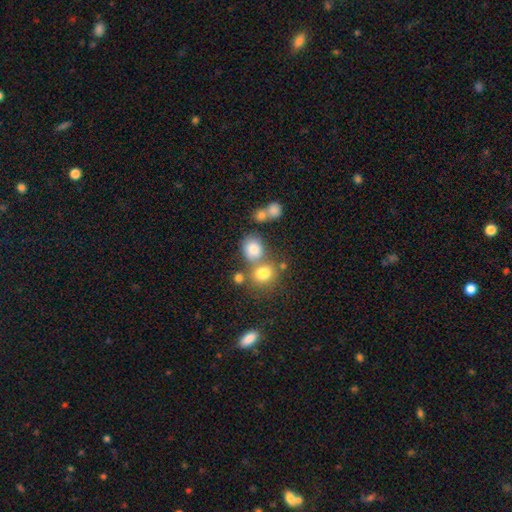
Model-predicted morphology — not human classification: A smooth galaxy with no disk features (63%) that is round (81%).

Vote fractions:
- Smooth or featured? smooth: 63% / star or artifact: 24% / featured or disk: 13%
- How rounded? round: 81% / in between: 18% / cigar-shaped: 1%
- Merging? none: 52% / merger: 35% / minor disturbance: 8% / major disturbance: 4%